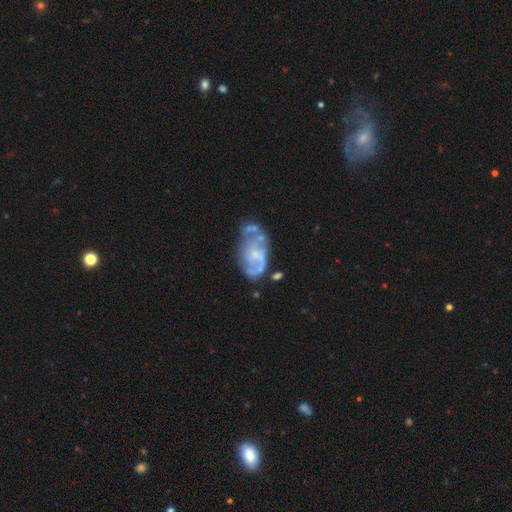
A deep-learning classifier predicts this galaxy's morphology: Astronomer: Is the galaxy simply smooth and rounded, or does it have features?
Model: featured or disk — 74%.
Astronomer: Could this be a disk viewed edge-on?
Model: no — 97%.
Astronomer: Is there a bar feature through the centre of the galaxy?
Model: no — 70%.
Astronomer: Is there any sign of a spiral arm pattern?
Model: yes — 58% (runner-up: no, 42%).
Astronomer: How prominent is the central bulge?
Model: small — 45% (runner-up: none, 26%).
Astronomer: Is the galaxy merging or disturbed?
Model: none — 41% (runner-up: minor disturbance, 25%).